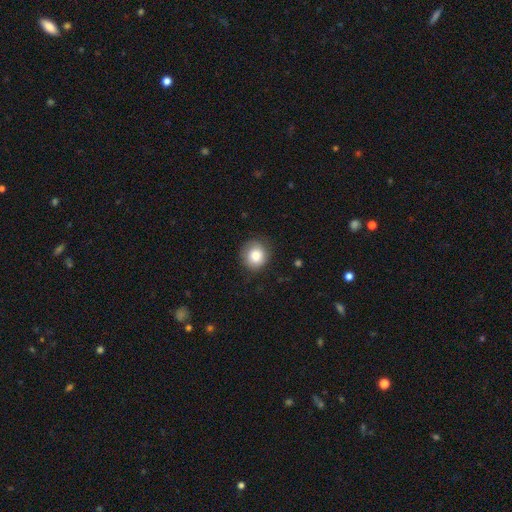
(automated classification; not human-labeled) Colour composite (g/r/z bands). It shows a smooth galaxy with no disk features (82%) that is round (87%). Merging: none (79%).